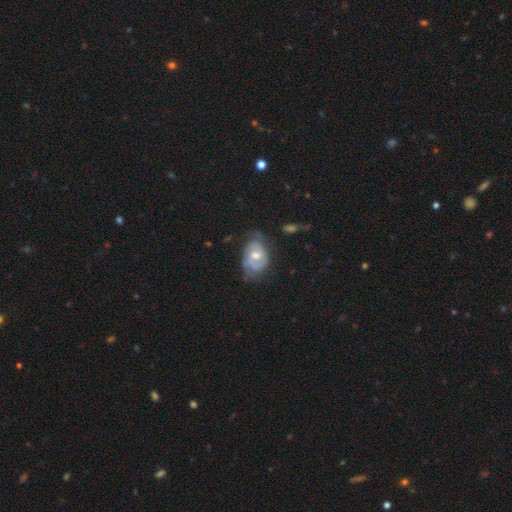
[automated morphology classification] The model was most divided on "spiral winding": tight: 46%, medium: 38%, loose: 16%. Remaining: edge-on disk — no (96%); spiral arms — yes (83%); smooth or featured — featured or disk (71%); bulge size — moderate (68%); bar — no (56%); spiral arm count — 2 (51%); merging — none (47%).